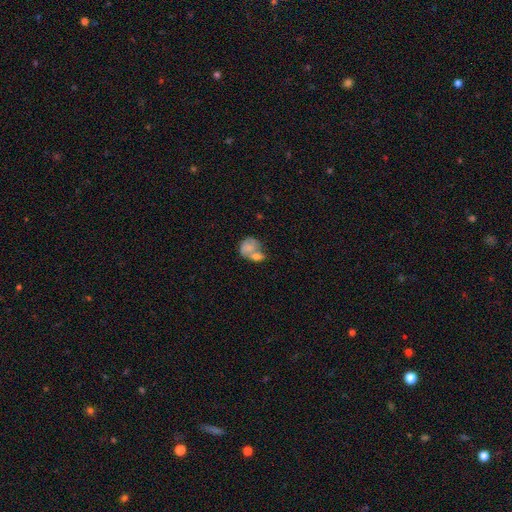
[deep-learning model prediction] Smooth or featured? Predicted: smooth (p=0.60). How rounded? Predicted: round (p=0.50). Merging? Predicted: merger (p=0.58).